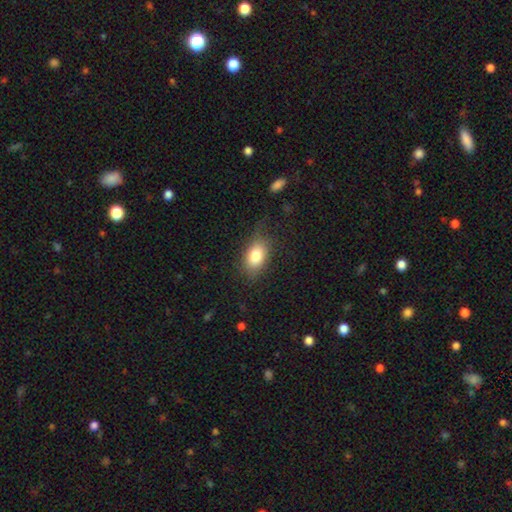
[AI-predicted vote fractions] A smooth galaxy with no disk features (80%) that is in between round and cigar-shaped (86%).

Vote fractions:
- Smooth or featured? smooth: 80% / featured or disk: 12% / star or artifact: 8%
- How rounded? in between: 86% / round: 12% / cigar-shaped: 2%
- Merging? none: 72% / minor disturbance: 20% / major disturbance: 7% / merger: 1%